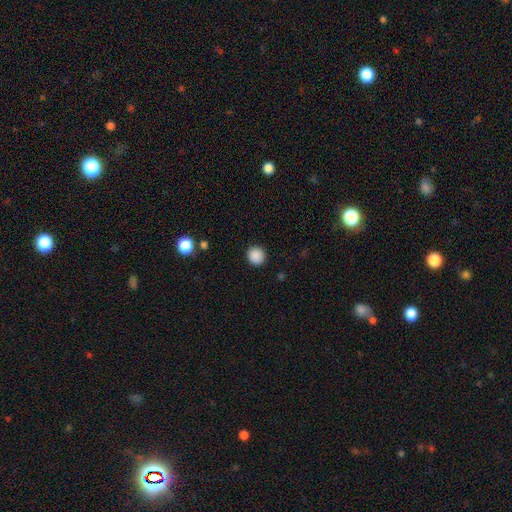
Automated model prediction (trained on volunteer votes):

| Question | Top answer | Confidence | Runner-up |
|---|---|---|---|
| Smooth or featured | smooth | 88% | star or artifact (10%) |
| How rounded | round | 92% | in between (7%) |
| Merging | none | 92% | minor disturbance (5%) |